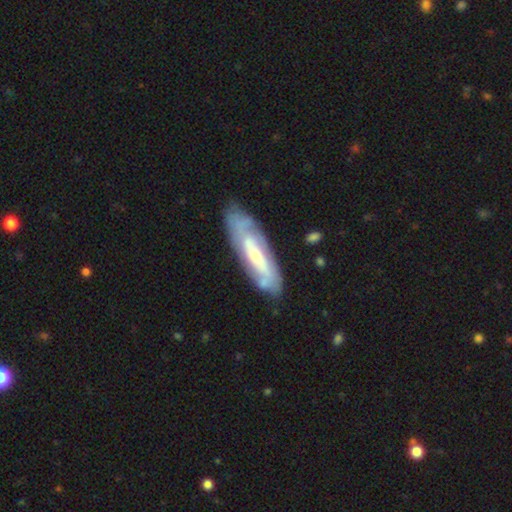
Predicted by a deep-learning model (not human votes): smooth-or-featured: featured or disk: 67% | smooth: 27% | star or artifact: 6%
  disk-edge-on: no: 76% | yes: 24%
    bar: no: 51% | weak: 33% | strong: 16%
    has-spiral-arms: yes: 74% | no: 26%
    bulge-size: small: 56% | moderate: 35% | large: 4% | none: 3% | dominant: 1%
  merging: none: 74% | minor disturbance: 18% | major disturbance: 5% | merger: 3%